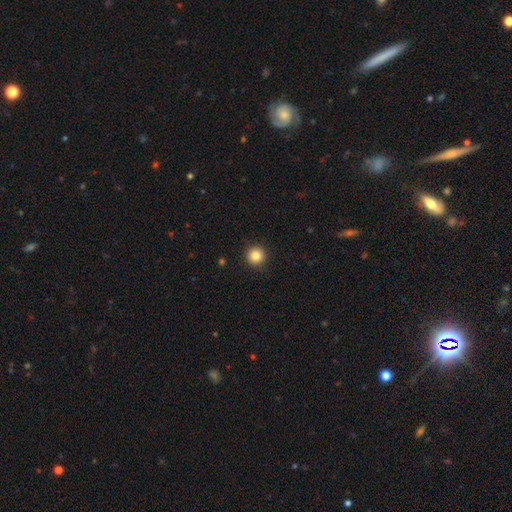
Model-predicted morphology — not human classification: This is clearly a smooth galaxy (85%). How rounded: clearly round (96%). Merging: clearly none (92%).